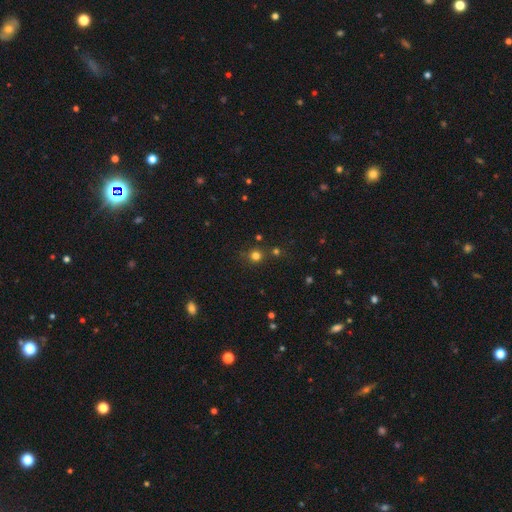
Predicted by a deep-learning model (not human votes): smooth-or-featured: smooth: 72% | star or artifact: 22% | featured or disk: 6%
  how-rounded: round: 91% | in between: 8% | cigar-shaped: 1%
  merging: none: 79% | merger: 9% | minor disturbance: 9% | major disturbance: 3%